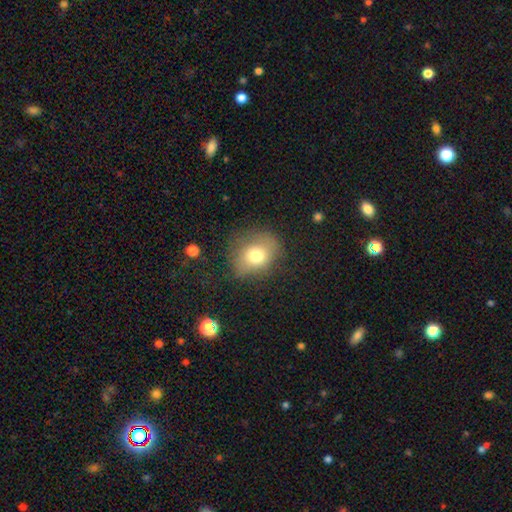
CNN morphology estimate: Overall: smooth (72%). How rounded: round (61%; in between 38%). Merging: none (67%).